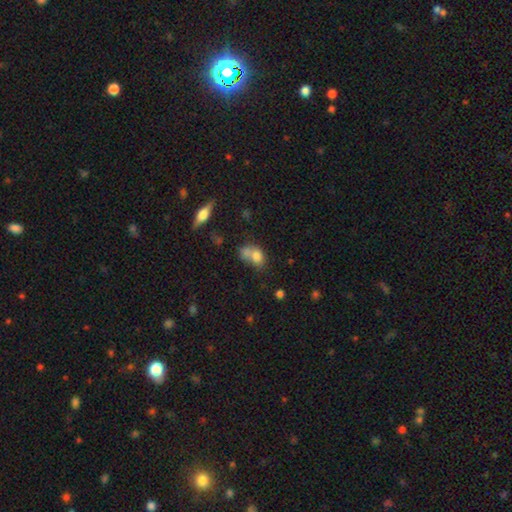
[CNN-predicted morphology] Q: Smooth or featured?
A: smooth (74%); runner-up: featured or disk (15%)
Q: How rounded?
A: in between (65%); runner-up: round (33%)
Q: Merging?
A: merger (56%); runner-up: none (26%)